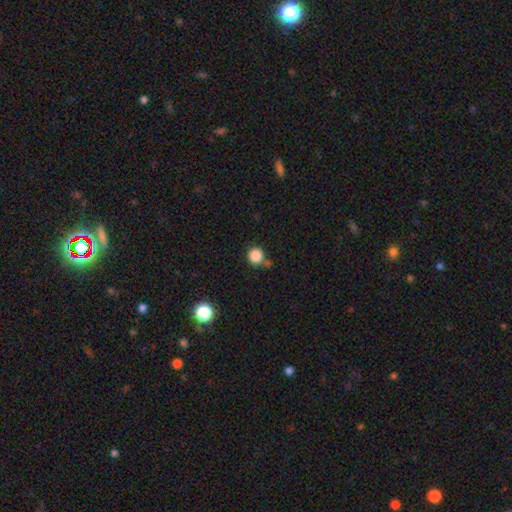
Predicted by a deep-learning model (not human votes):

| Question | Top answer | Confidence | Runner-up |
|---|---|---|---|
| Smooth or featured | smooth | 86% | star or artifact (11%) |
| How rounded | round | 94% | in between (5%) |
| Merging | none | 75% | minor disturbance (12%) |